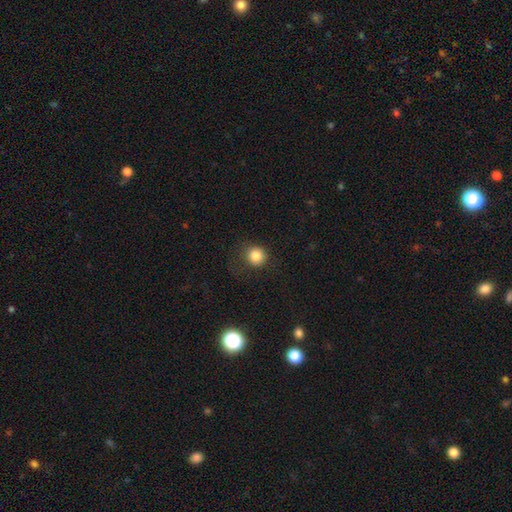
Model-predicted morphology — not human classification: type=smooth (83%); roundness=round (90%); merging=none (76%).